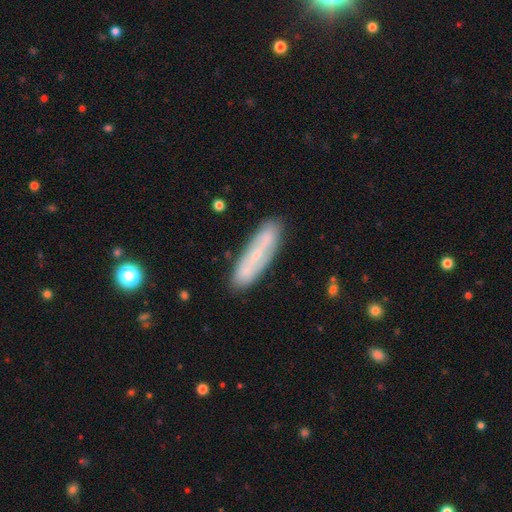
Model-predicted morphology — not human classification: Overall: featured or disk (57%; smooth 36%). Edge-on disk: no (70%). Merging: none (84%).